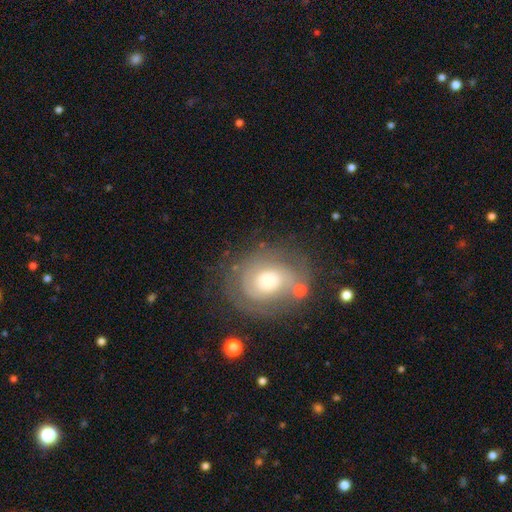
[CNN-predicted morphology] A featured or disk galaxy (54%) with no bar (71%), spiral arms (68%) and a moderate central bulge (49%).

Vote fractions:
- Smooth or featured? featured or disk: 54% / smooth: 30% / star or artifact: 16%
- Edge-on disk? no: 96% / yes: 4%
- Bar? no: 71% / weak: 23% / strong: 6%
- Spiral arms? yes: 68% / no: 32%
- Bulge size? moderate: 49% / large: 32% / small: 13% / dominant: 4% / none: 3%
- Merging? none: 73% / minor disturbance: 15% / major disturbance: 8% / merger: 4%